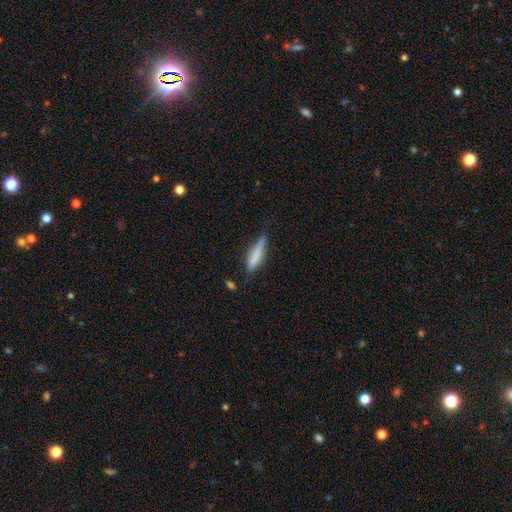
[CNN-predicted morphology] Smooth or featured: smooth — 70% (featured or disk — 23%)
How rounded: cigar-shaped — 77% (in between — 21%)
Merging: none — 61% (minor disturbance — 29%)